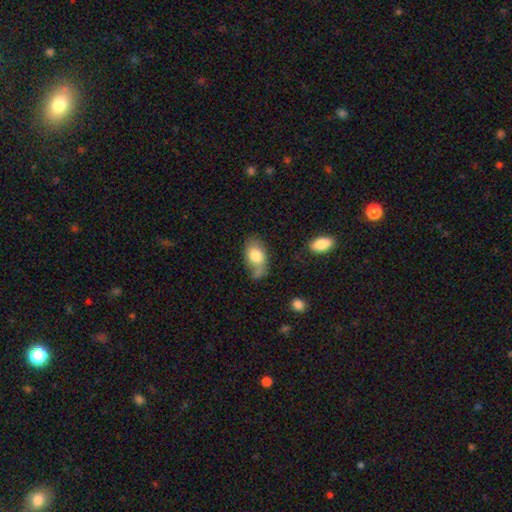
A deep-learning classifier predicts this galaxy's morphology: type=smooth (74%); roundness=in between (87%); merging=none (44%).